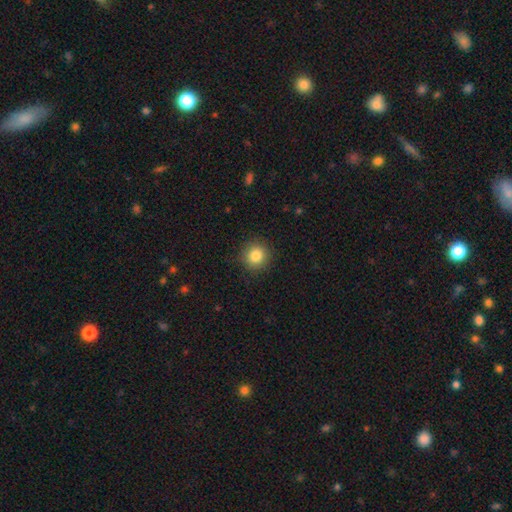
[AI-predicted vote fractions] smooth 84%, star or artifact 10%, featured or disk 5%. Down the decision tree: how rounded — round (92%); merging — none (90%).